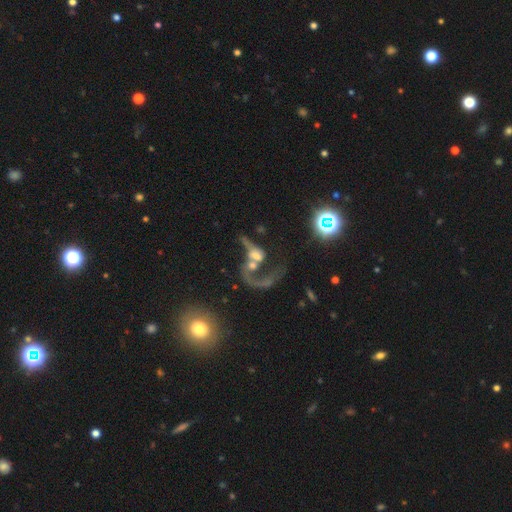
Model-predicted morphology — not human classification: This is likely a featured or disk galaxy (66%). It is clearly not viewed edge-on (95%). Bar: likely no (68%). Spiral arm pattern: likely yes (68%). Central bulge: marginally moderate (40%). Merging: likely merger (63%).